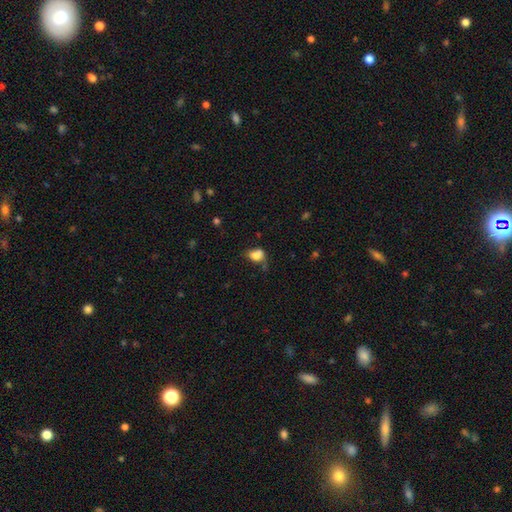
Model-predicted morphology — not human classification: The model was most divided on "merging": none: 36%, minor disturbance: 32%, major disturbance: 18%, merger: 14%. More confident: smooth or featured — smooth (79%); how rounded — in between (65%).